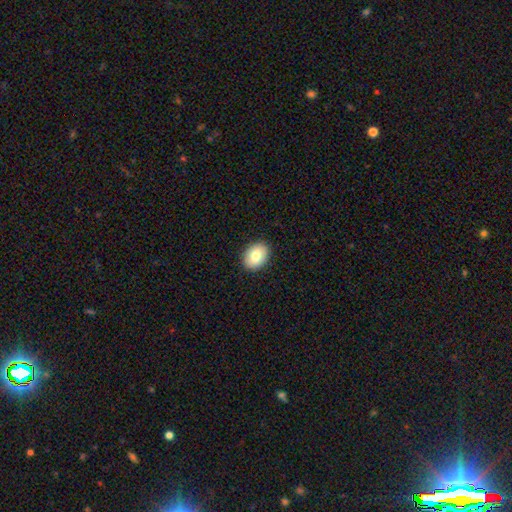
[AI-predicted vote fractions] smooth_or_featured: smooth (p=0.81) [alt: featured or disk p=0.12]
how_rounded: in between (p=0.69) [alt: round p=0.30]
merging: none (p=0.90) [alt: minor disturbance p=0.07]